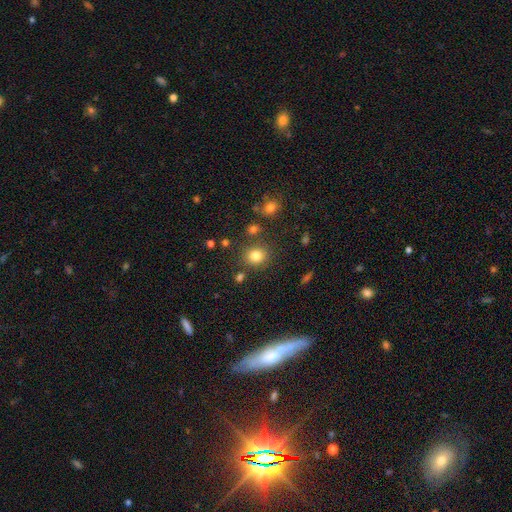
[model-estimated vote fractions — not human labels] The model was most divided on "how rounded": round: 77%, in between: 22%, cigar-shaped: 1%. More confident: smooth or featured — smooth (81%); merging — none (80%).